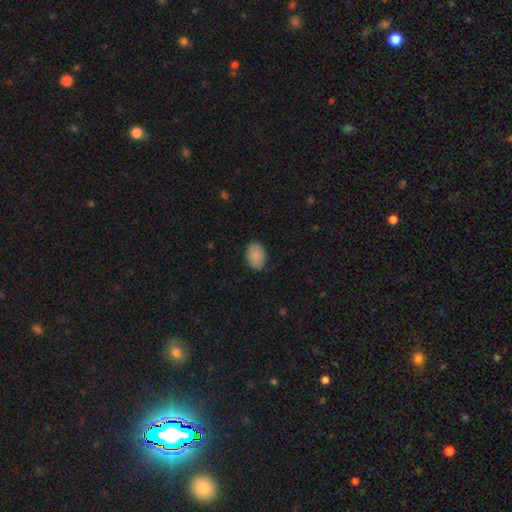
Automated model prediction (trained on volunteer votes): Smooth or featured: smooth — 89% (star or artifact — 7%)
How rounded: in between — 87% (round — 12%)
Merging: none — 85% (minor disturbance — 12%)